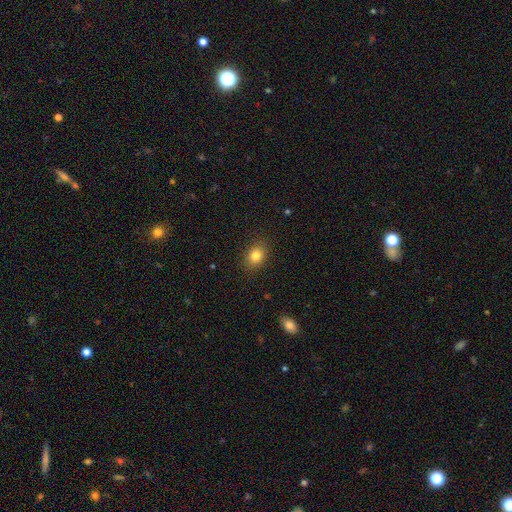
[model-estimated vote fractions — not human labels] smooth 83%, star or artifact 10%, featured or disk 7%. Down the decision tree: how rounded — in between (59%); merging — none (88%).